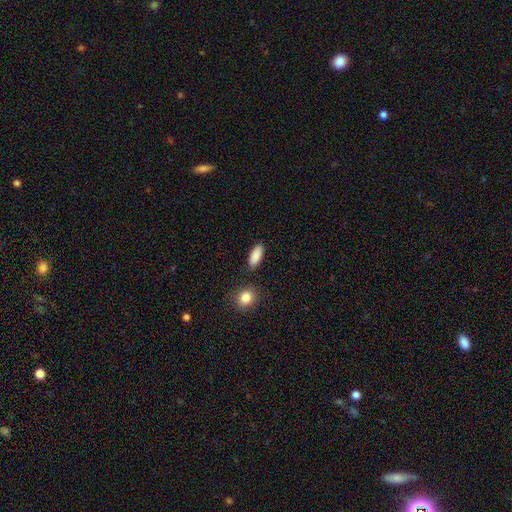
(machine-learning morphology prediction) smooth 89%, star or artifact 7%, featured or disk 5%. Down the decision tree: how rounded — in between (79%); merging — none (84%).